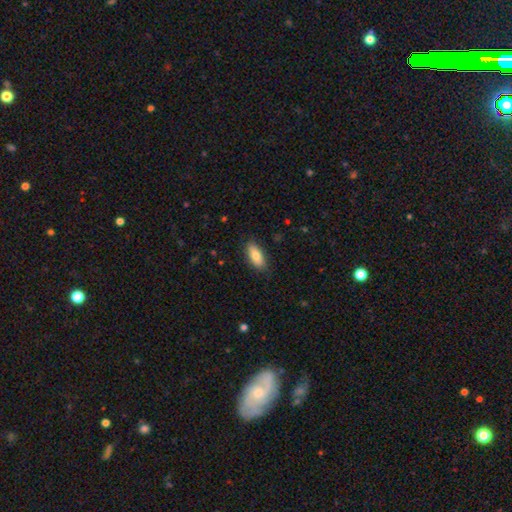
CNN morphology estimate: This is clearly a smooth galaxy (80%). How rounded: clearly in between (84%). Merging: clearly none (83%).